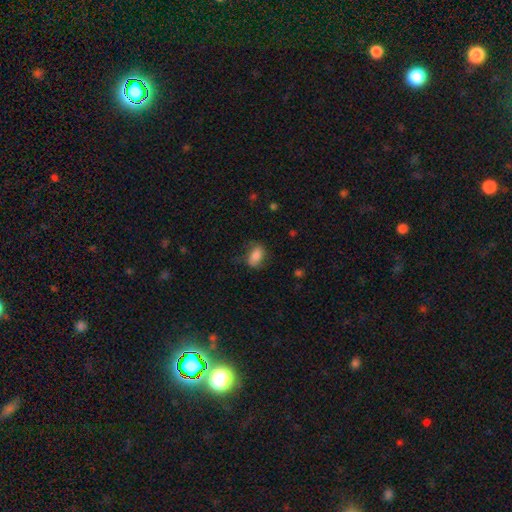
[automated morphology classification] Overall: smooth (79%). How rounded: in between (86%). Merging: none (62%; minor disturbance 25%).